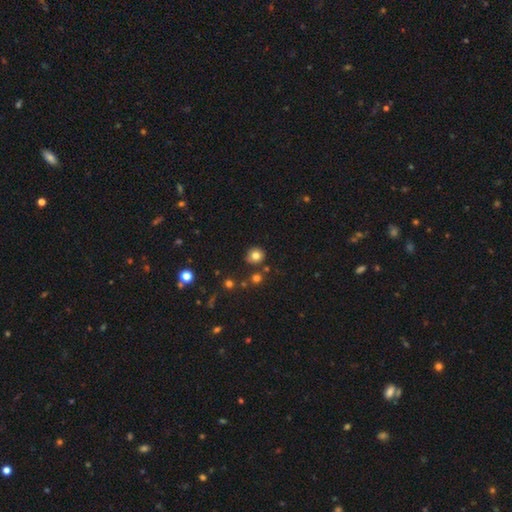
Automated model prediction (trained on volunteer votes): Smooth or featured: smooth — 80% (star or artifact — 13%)
How rounded: round — 89% (in between — 10%)
Merging: none — 82% (minor disturbance — 10%)